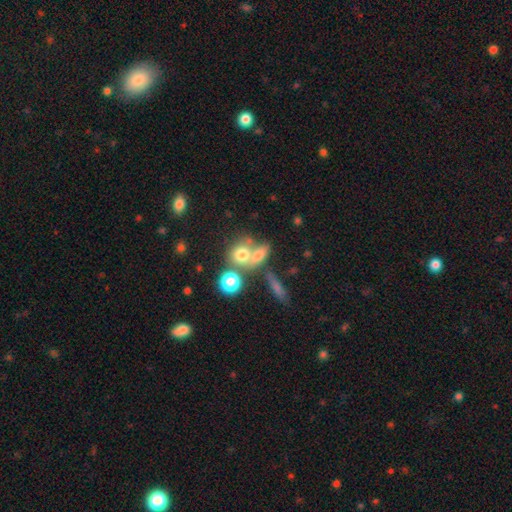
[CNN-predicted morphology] type=smooth (54%); roundness=round (62%); merging=merger (43%).